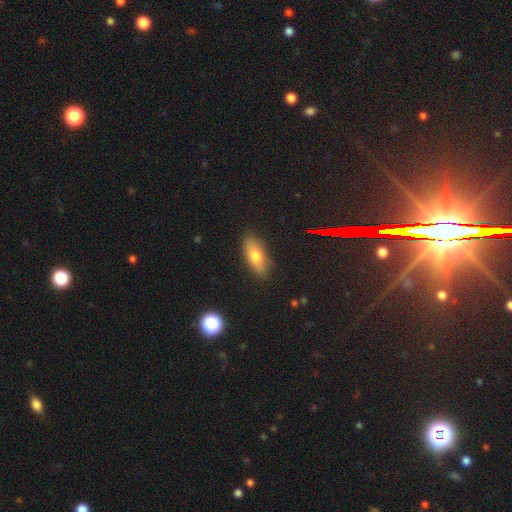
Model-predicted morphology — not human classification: This appears to be a smooth galaxy with no disk features (68%) that is in between round and cigar-shaped (76%). Merging: none (81%).